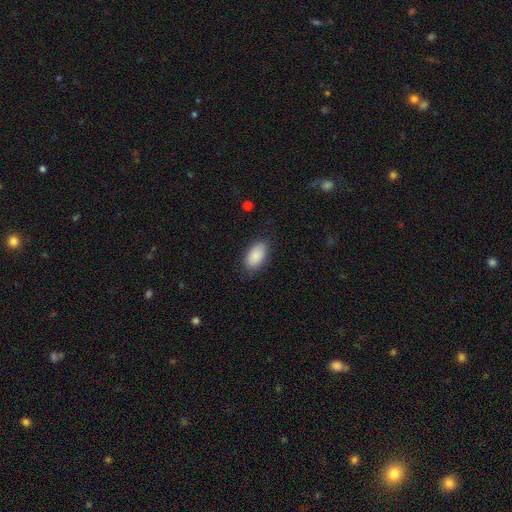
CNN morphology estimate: A smooth galaxy with no disk features (87%) that is in between round and cigar-shaped (94%). Merging: none (82%).